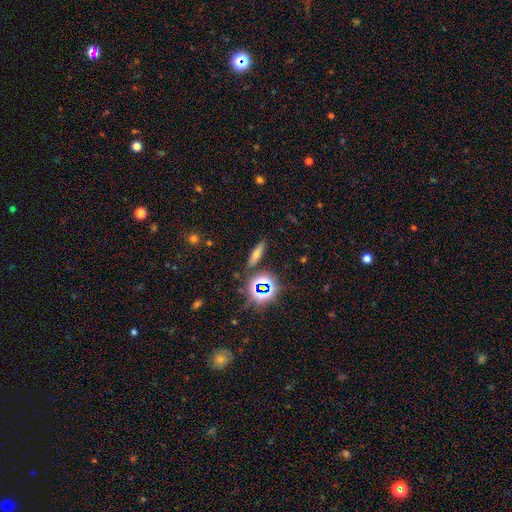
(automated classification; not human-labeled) Overall: smooth (59%; star or artifact 24%). How rounded: cigar-shaped (62%; in between 31%). Merging: none (86%).